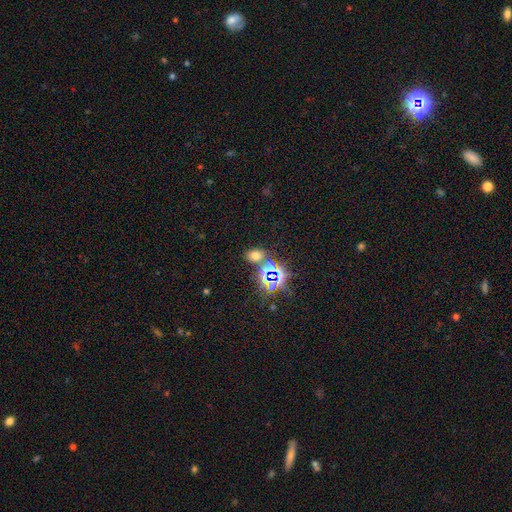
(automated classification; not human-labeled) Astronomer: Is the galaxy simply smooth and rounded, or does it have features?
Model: smooth — 57% (runner-up: star or artifact, 36%).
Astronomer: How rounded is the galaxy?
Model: in between — 69%.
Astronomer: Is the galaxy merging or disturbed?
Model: none — 74%.